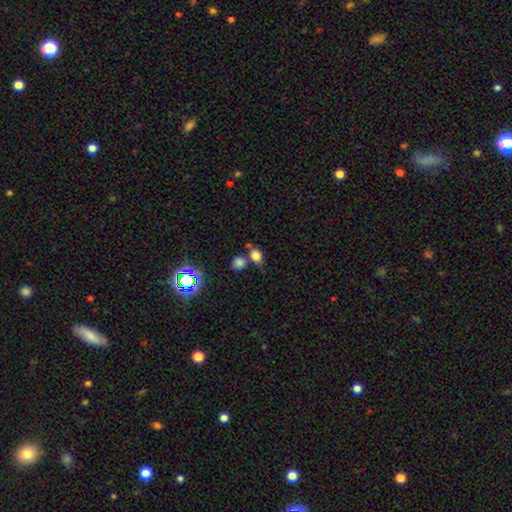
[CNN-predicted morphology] Smooth or featured: smooth — 77% (star or artifact — 15%)
How rounded: round — 55% (in between — 43%)
Merging: none — 51% (merger — 29%)